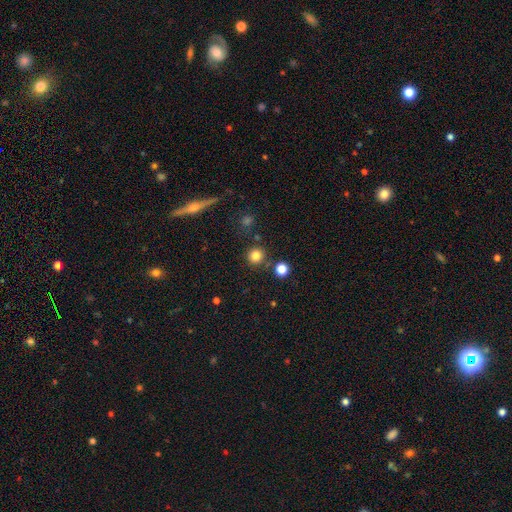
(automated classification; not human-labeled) Smooth or featured?
  - smooth: 81% *
  - star or artifact: 13%
  - featured or disk: 6%
How rounded?
  - round: 93% *
  - in between: 6%
  - cigar-shaped: 1%
Merging?
  - none: 84% *
  - minor disturbance: 7%
  - merger: 6%
  - major disturbance: 3%